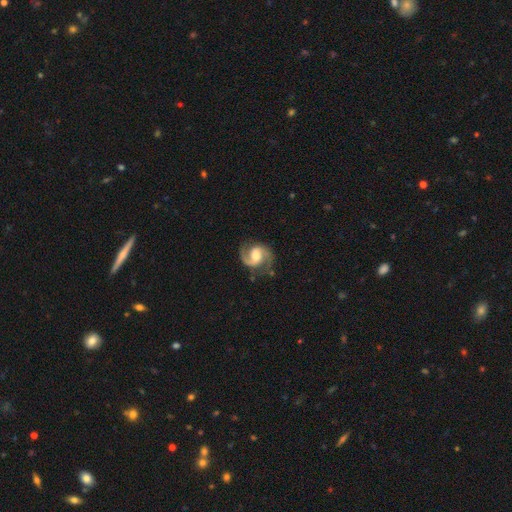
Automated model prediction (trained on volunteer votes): Q: Smooth or featured?
A: featured or disk (90%); runner-up: smooth (6%)
Q: Edge-on disk?
A: no (98%); runner-up: yes (2%)
Q: Bar?
A: weak (48%); runner-up: no (37%)
Q: Spiral arms?
A: yes (98%); runner-up: no (2%)
Q: Spiral winding?
A: medium (59%); runner-up: loose (22%)
Q: Spiral arm count?
A: 2 (92%); runner-up: 1 (3%)
Q: Bulge size?
A: moderate (54%); runner-up: large (19%)
Q: Merging?
A: none (78%); runner-up: minor disturbance (15%)